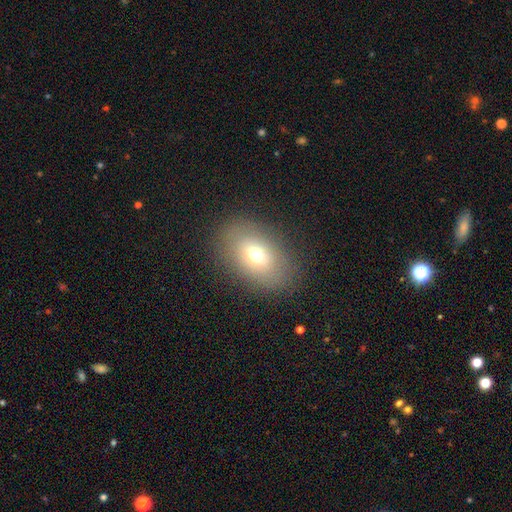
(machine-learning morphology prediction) The model was most divided on "smooth or featured": smooth: 68%, featured or disk: 19%, star or artifact: 13%. More confident: merging — none (85%); how rounded — in between (80%).